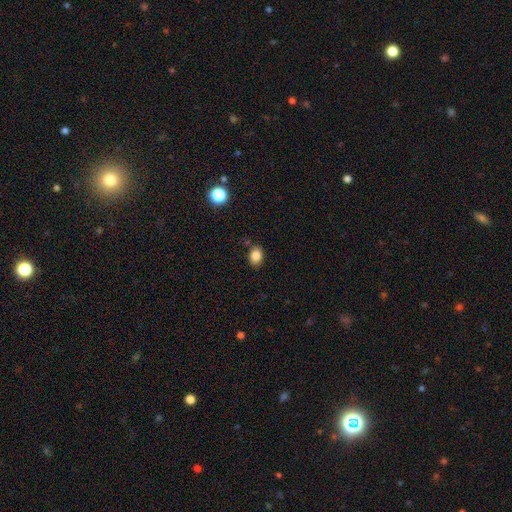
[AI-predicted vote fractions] Morphology: type=smooth (84%); roundness=in between (65%); merging=none (81%).